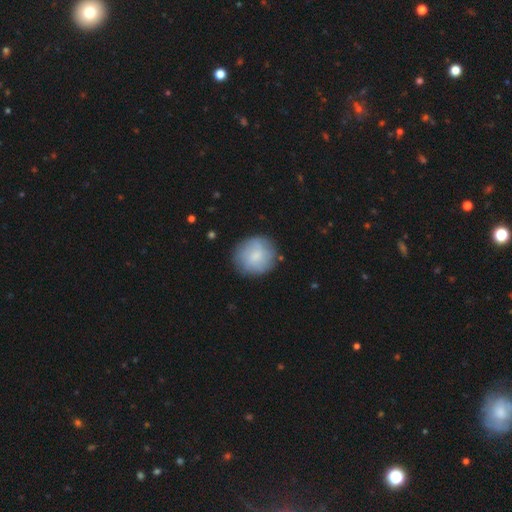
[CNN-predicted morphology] smooth 70%, featured or disk 23%, star or artifact 6%. Down the decision tree: how rounded — round (85%); merging — none (79%).